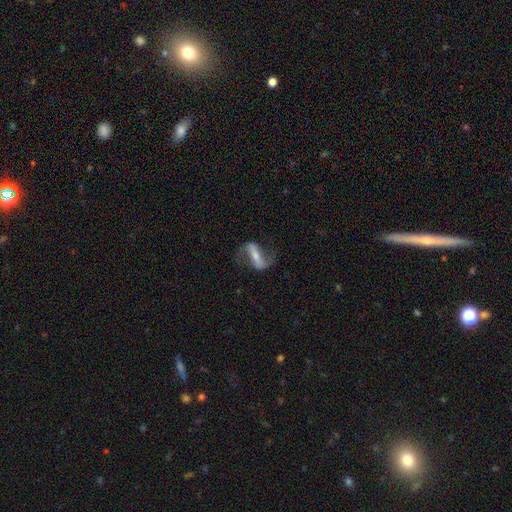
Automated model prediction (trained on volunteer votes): smooth_or_featured: featured or disk (p=0.79) [alt: smooth p=0.15]
disk_edge_on: no (p=0.90) [alt: yes p=0.10]
bar: strong (p=0.67) [alt: weak p=0.22]
has_spiral_arms: yes (p=0.90) [alt: no p=0.10]
spiral_winding: loose (p=0.65) [alt: medium p=0.27]
spiral_arm_count: 2 (p=0.90) [alt: 1 p=0.04]
bulge_size: small (p=0.46) [alt: moderate p=0.35]
merging: none (p=0.72) [alt: minor disturbance p=0.14]